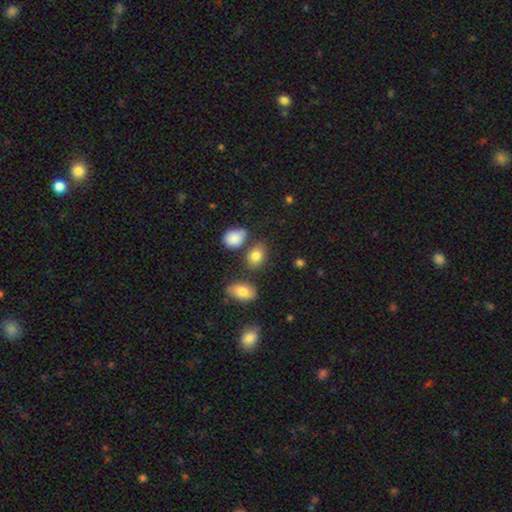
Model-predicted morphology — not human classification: smooth_or_featured: smooth (p=0.83) [alt: star or artifact p=0.09]
how_rounded: in between (p=0.77) [alt: round p=0.22]
merging: none (p=0.71) [alt: minor disturbance p=0.14]